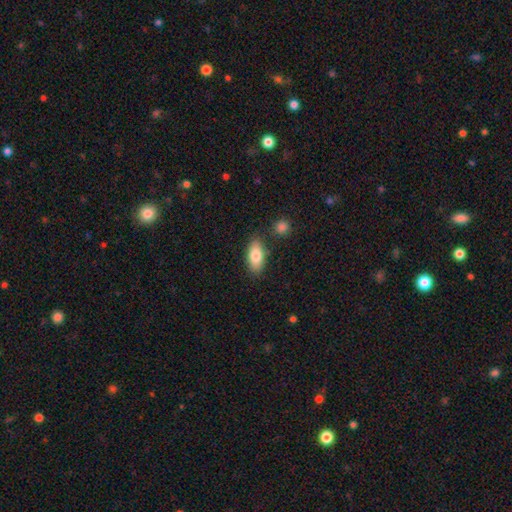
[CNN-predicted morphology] Smooth or featured? Predicted: smooth (p=0.81). How rounded? Predicted: in between (p=0.88). Merging? Predicted: none (p=0.80).